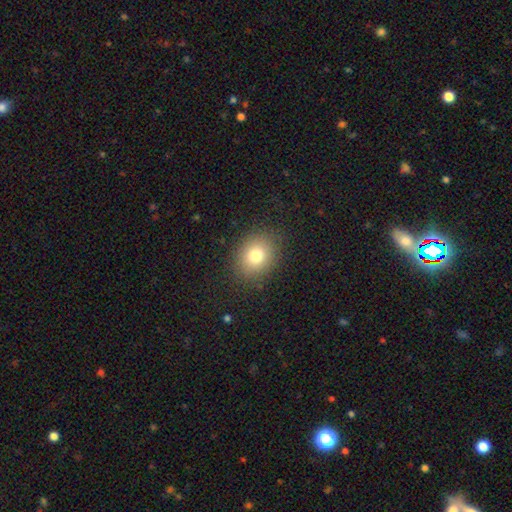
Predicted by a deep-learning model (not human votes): Overall: smooth (78%). How rounded: round (54%; in between 45%). Merging: none (86%).